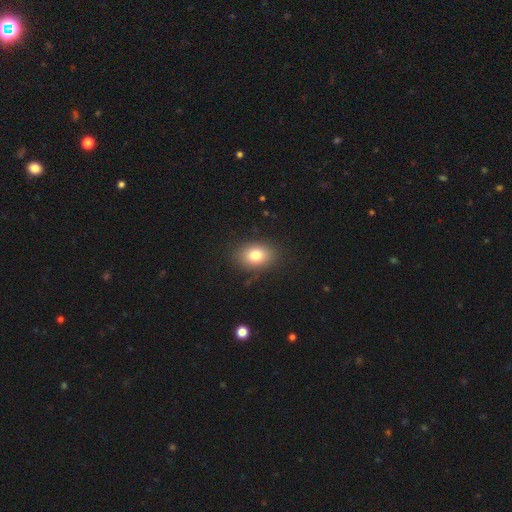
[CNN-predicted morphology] Overall: smooth (80%). How rounded: in between (72%). Merging: none (86%).